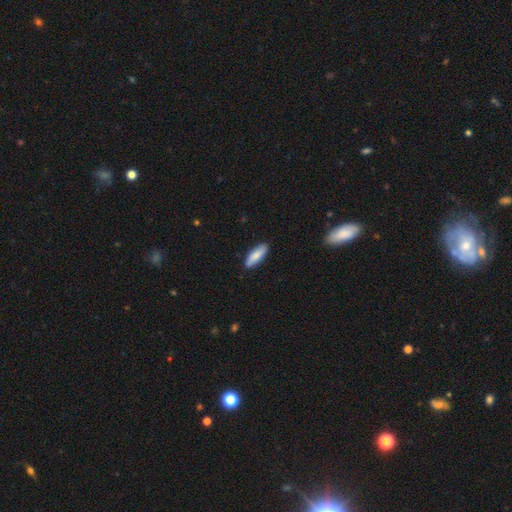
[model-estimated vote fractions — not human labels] Smooth or featured? smooth (82%)
How rounded? in between (58%)
Merging? none (89%)